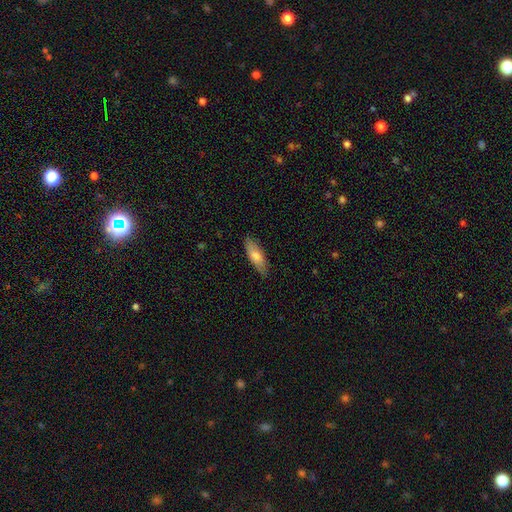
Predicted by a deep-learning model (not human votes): This is likely a smooth galaxy (76%). How rounded: possibly in between (60%). Merging: clearly none (84%).